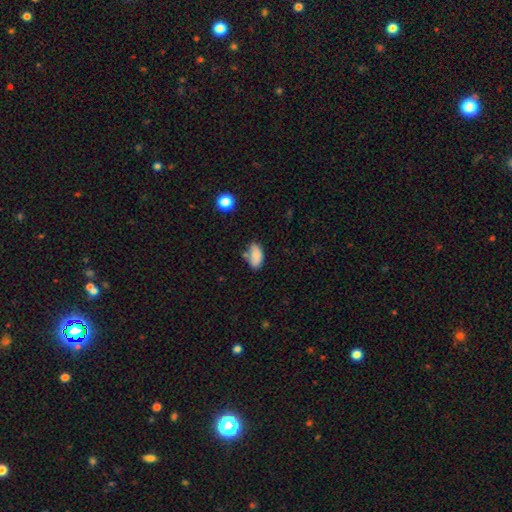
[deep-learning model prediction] Smooth or featured?
  - smooth: 84% *
  - star or artifact: 8%
  - featured or disk: 7%
How rounded?
  - in between: 92% *
  - cigar-shaped: 4%
  - round: 4%
Merging?
  - none: 57% *
  - minor disturbance: 24%
  - merger: 13%
  - major disturbance: 6%